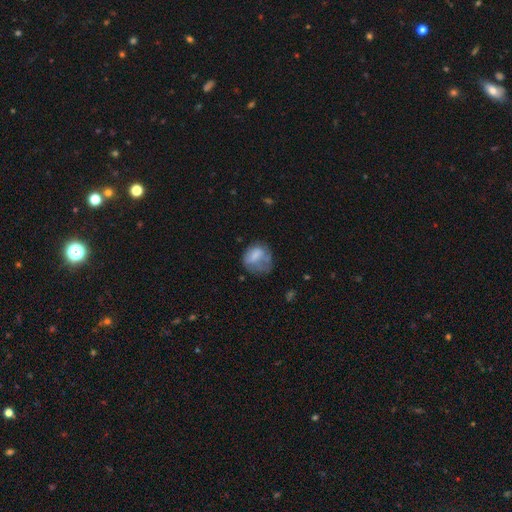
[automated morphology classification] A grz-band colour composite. It shows a smooth galaxy with no disk features (65%) that is round (57%). Merging: none (36%).